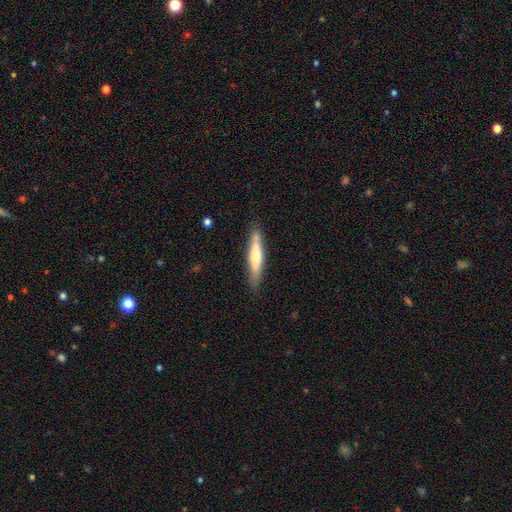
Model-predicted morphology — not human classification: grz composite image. It shows a smooth galaxy with no disk features (54%) that is cigar-shaped (88%). Merging: none (80%).